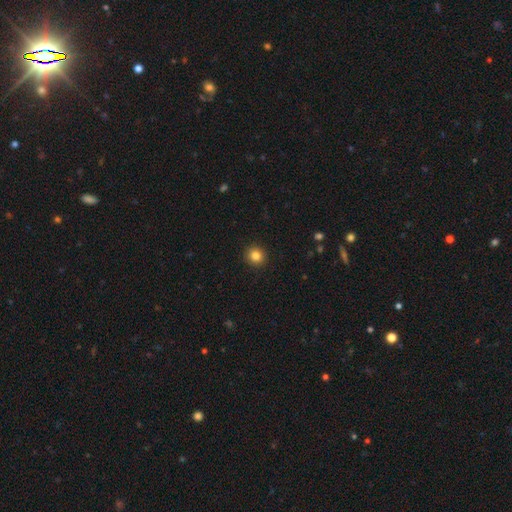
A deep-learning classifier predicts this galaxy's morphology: This is clearly a smooth galaxy (83%). How rounded: clearly round (92%). Merging: clearly none (93%).